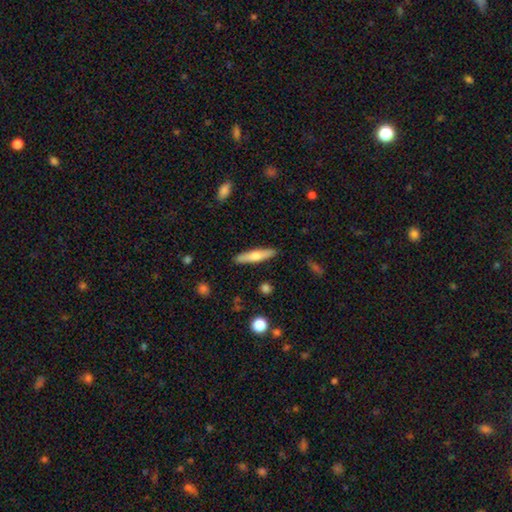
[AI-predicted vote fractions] A smooth galaxy with no disk features (55%) that is cigar-shaped (84%). Merging: none (90%).